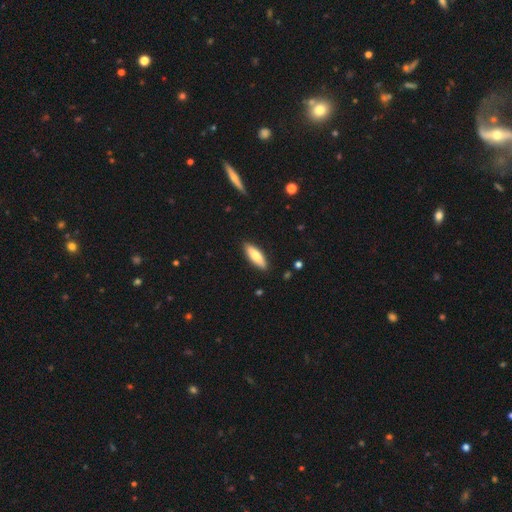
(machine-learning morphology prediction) Smooth or featured? Predicted: smooth (p=0.76). How rounded? Predicted: in between (p=0.51). Merging? Predicted: none (p=0.89).